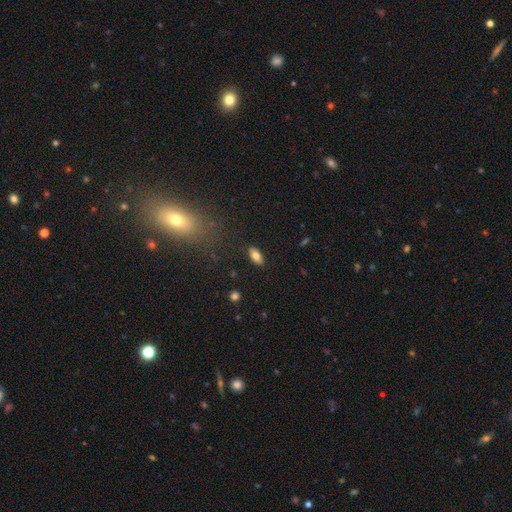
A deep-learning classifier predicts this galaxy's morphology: smooth_or_featured: smooth (p=0.79) [alt: featured or disk p=0.12]
how_rounded: in between (p=0.89) [alt: cigar-shaped p=0.08]
merging: none (p=0.88) [alt: minor disturbance p=0.09]